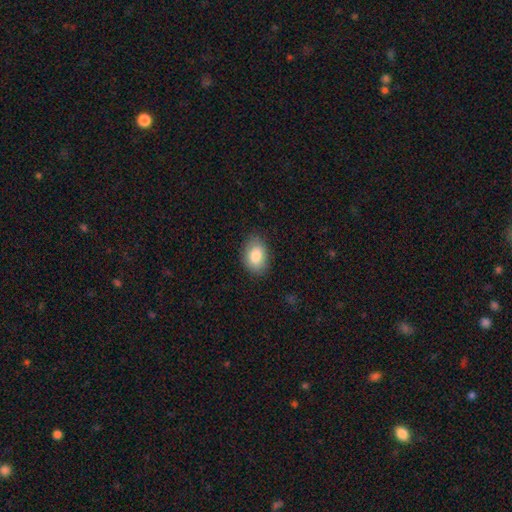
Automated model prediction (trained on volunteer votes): Morphology: type=smooth (84%); roundness=in between (79%); merging=none (82%).